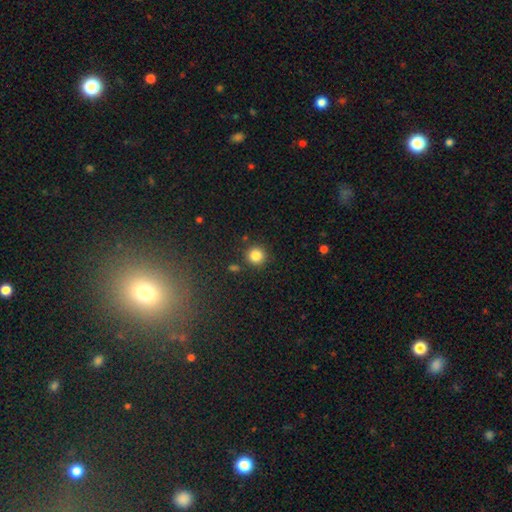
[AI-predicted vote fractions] This is clearly a smooth galaxy (84%). How rounded: clearly round (94%). Merging: clearly none (87%).